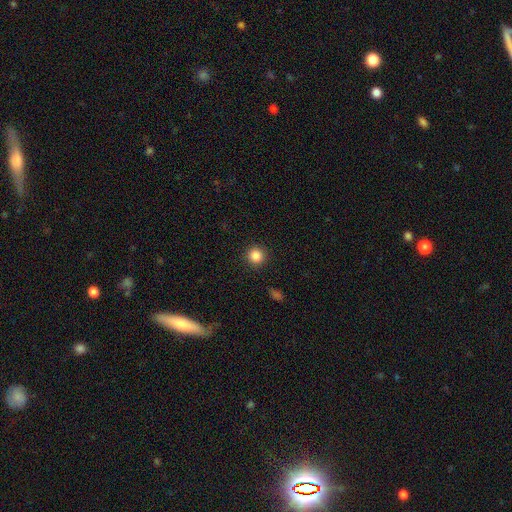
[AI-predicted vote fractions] smooth-or-featured: smooth: 85% | star or artifact: 11% | featured or disk: 4%
  how-rounded: round: 95% | in between: 5% | cigar-shaped: 1%
  merging: none: 92% | minor disturbance: 5% | major disturbance: 2% | merger: 1%